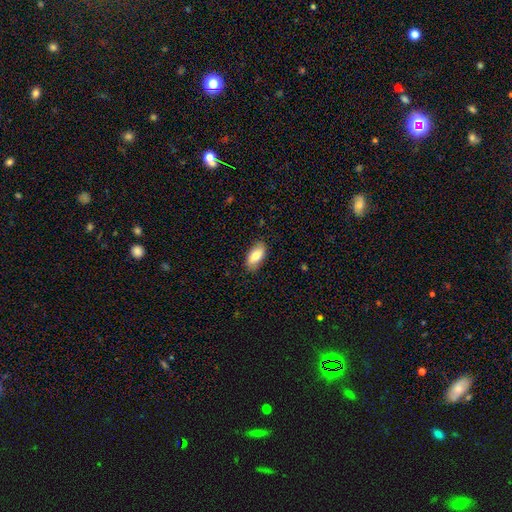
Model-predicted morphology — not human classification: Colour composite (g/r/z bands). It shows a smooth galaxy with no disk features (79%) that is in between round and cigar-shaped (91%). Merging: none (84%).